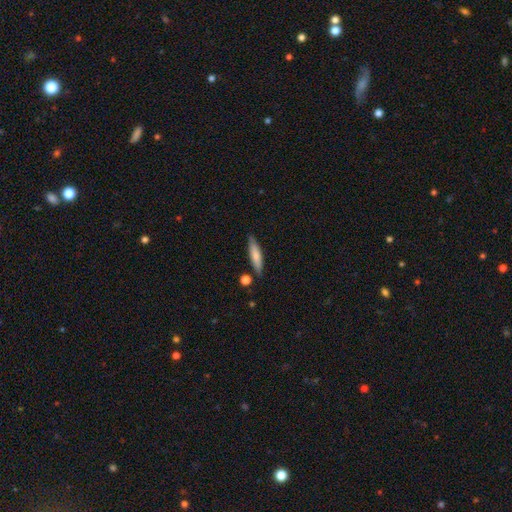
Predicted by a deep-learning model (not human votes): Smooth or featured? Predicted: smooth (p=0.73). How rounded? Predicted: cigar-shaped (p=0.75). Merging? Predicted: none (p=0.81).